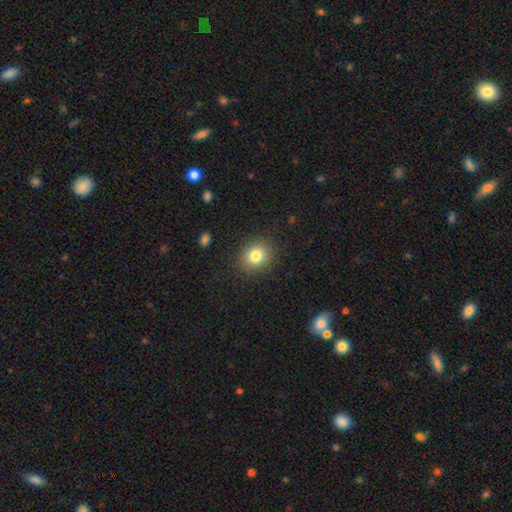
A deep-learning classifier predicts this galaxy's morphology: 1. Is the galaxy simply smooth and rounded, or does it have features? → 82% smooth, 11% star or artifact, 8% featured or disk.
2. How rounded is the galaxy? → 68% round, 31% in between, 1% cigar-shaped.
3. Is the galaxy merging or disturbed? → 87% none, 9% minor disturbance, 3% major disturbance, 1% merger.